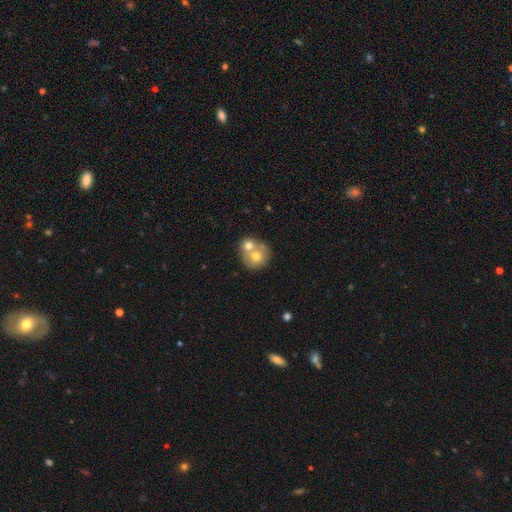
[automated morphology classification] Smooth or featured? Predicted: smooth (p=0.64). How rounded? Predicted: round (p=0.80). Merging? Predicted: merger (p=0.63).